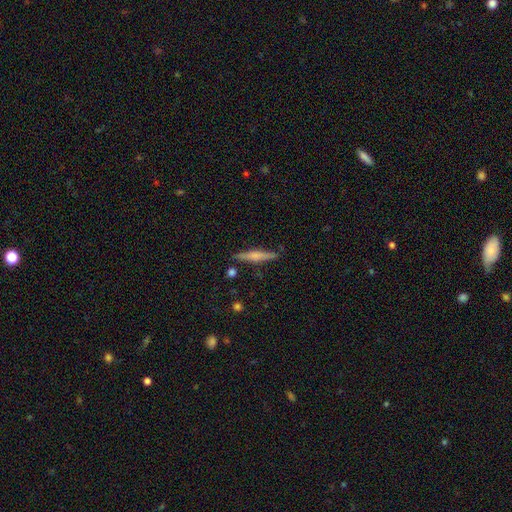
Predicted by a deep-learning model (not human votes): This is possibly a featured or disk galaxy (53%). It is clearly viewed edge-on (97%). Edge-on bulge: likely rounded (70%). Merging: clearly none (87%).